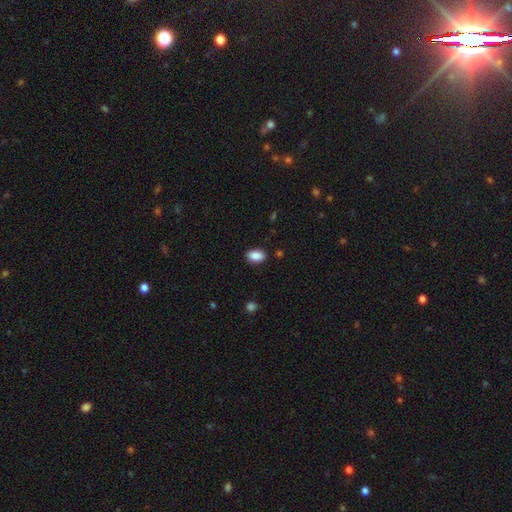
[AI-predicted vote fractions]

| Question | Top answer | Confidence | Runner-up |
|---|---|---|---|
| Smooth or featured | smooth | 89% | star or artifact (8%) |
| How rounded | in between | 89% | round (10%) |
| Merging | none | 87% | minor disturbance (10%) |